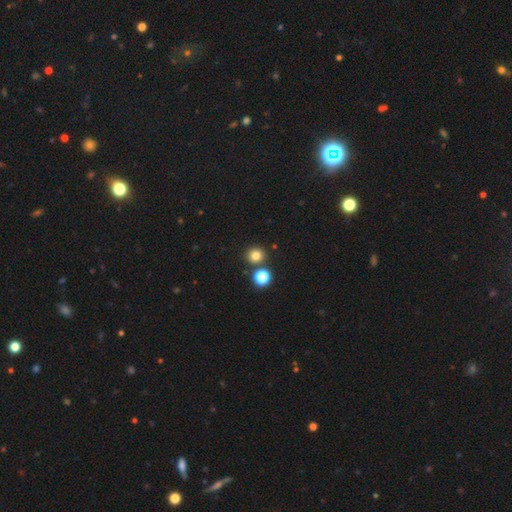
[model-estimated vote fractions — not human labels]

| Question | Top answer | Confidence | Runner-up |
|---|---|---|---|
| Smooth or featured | smooth | 78% | star or artifact (16%) |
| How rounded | round | 89% | in between (10%) |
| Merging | none | 82% | merger (10%) |